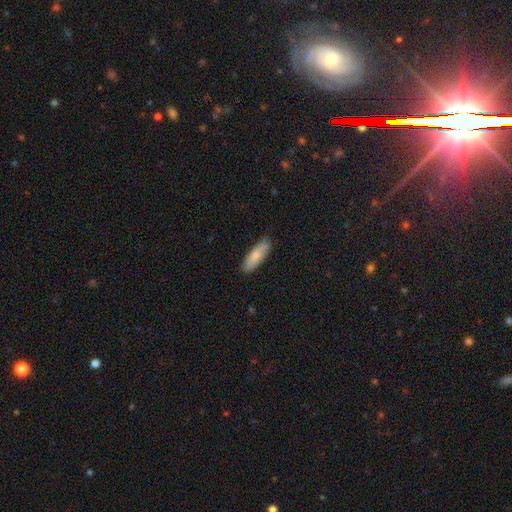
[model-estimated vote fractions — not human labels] Smooth or featured: smooth — 81% (featured or disk — 14%)
How rounded: in between — 50% (cigar-shaped — 49%)
Merging: none — 82% (minor disturbance — 14%)